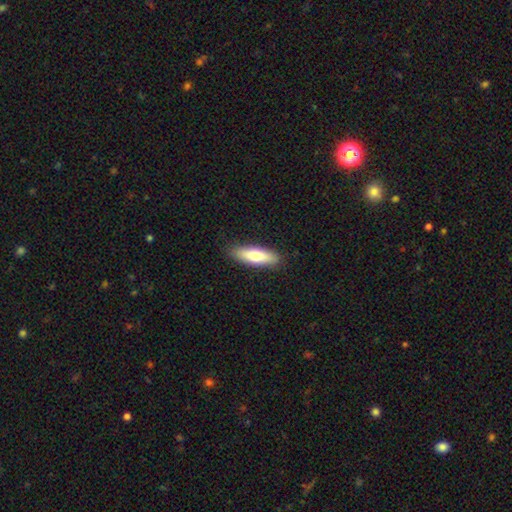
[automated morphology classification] Smooth or featured? smooth (70%)
How rounded? cigar-shaped (51%)
Merging? none (88%)